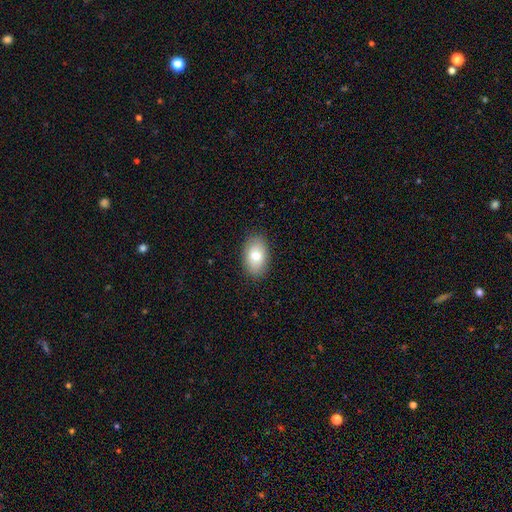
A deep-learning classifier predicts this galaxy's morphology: Q: Smooth or featured?
A: smooth (77%); runner-up: featured or disk (15%)
Q: How rounded?
A: in between (89%); runner-up: round (10%)
Q: Merging?
A: none (87%); runner-up: minor disturbance (9%)